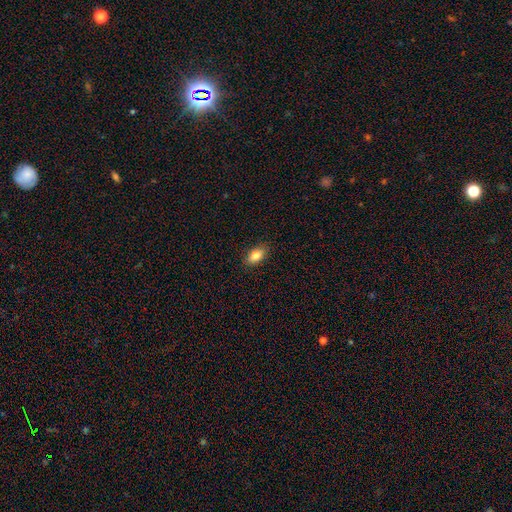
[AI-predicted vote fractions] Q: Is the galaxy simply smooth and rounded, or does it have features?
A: smooth — 84%.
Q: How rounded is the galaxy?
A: in between — 90%.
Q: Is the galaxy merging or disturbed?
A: none — 88%.